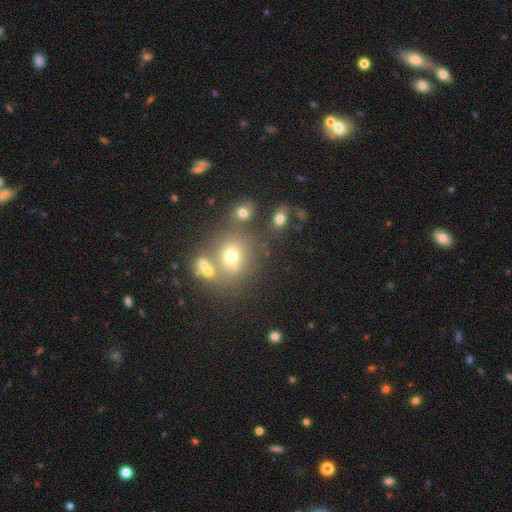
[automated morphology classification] Smooth or featured?
  - smooth: 54% *
  - star or artifact: 30%
  - featured or disk: 16%
How rounded?
  - round: 71% *
  - in between: 27%
  - cigar-shaped: 2%
Merging?
  - none: 49% *
  - merger: 38%
  - minor disturbance: 9%
  - major disturbance: 4%